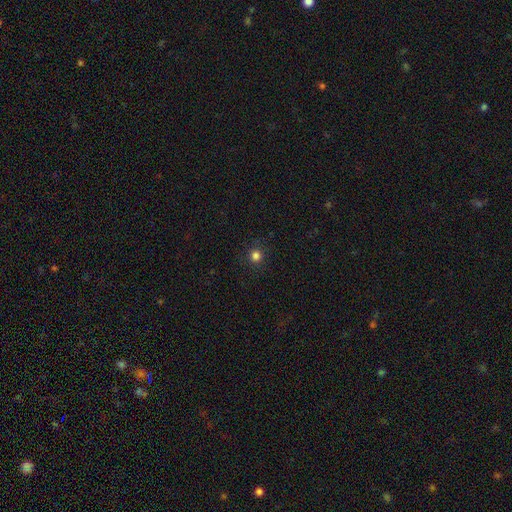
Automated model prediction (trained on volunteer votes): Smooth or featured?
  - smooth: 80% *
  - star or artifact: 15%
  - featured or disk: 4%
How rounded?
  - round: 95% *
  - in between: 4%
  - cigar-shaped: 1%
Merging?
  - none: 91% *
  - minor disturbance: 6%
  - major disturbance: 2%
  - merger: 1%